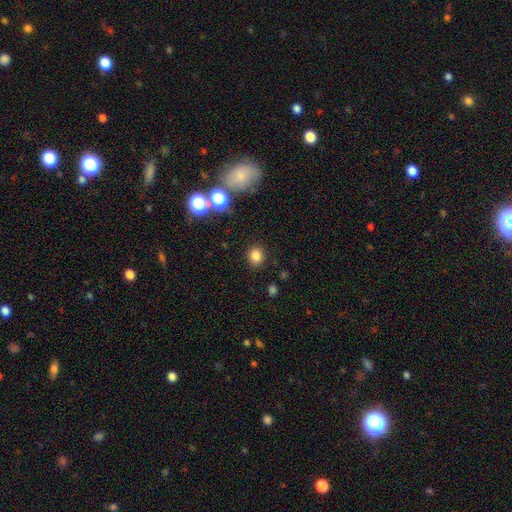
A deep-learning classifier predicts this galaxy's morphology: This appears to be a smooth galaxy with no disk features (81%) that is round (77%). Merging: none (88%).